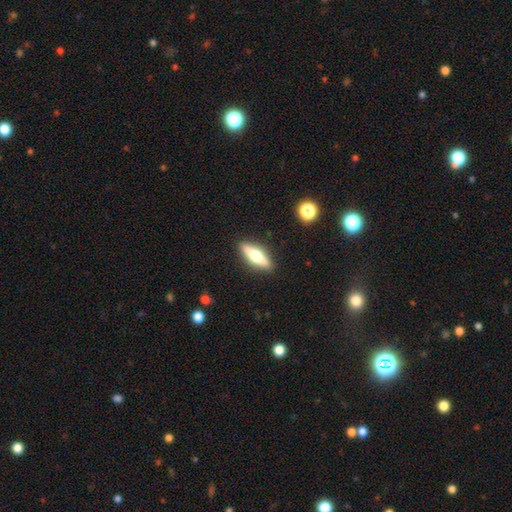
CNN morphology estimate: The model was most divided on "smooth or featured": featured or disk: 52%, smooth: 42%, star or artifact: 6%. More confident: edge-on disk — yes (92%); merging — none (90%).